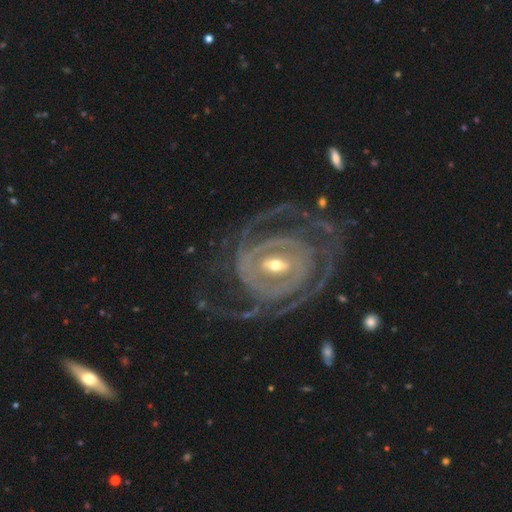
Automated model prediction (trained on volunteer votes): This appears to be a featured or disk galaxy (91%) with a strong bar (46%), 2 (35%) tight (70%) spiral arms (95%) and a moderate central bulge (48%). Merging: none (66%).